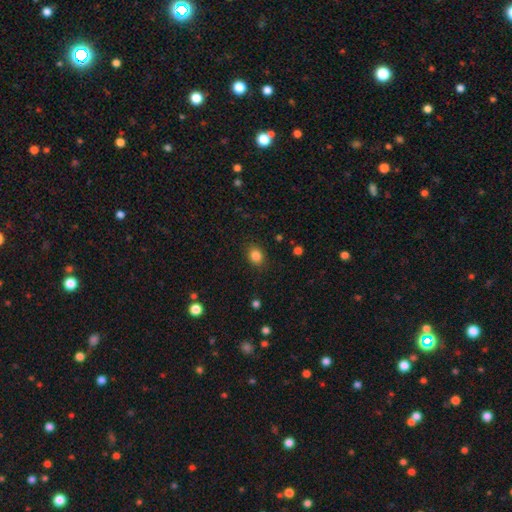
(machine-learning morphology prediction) Q: Smooth or featured?
A: smooth (84%); runner-up: star or artifact (11%)
Q: How rounded?
A: round (59%); runner-up: in between (40%)
Q: Merging?
A: none (87%); runner-up: minor disturbance (9%)